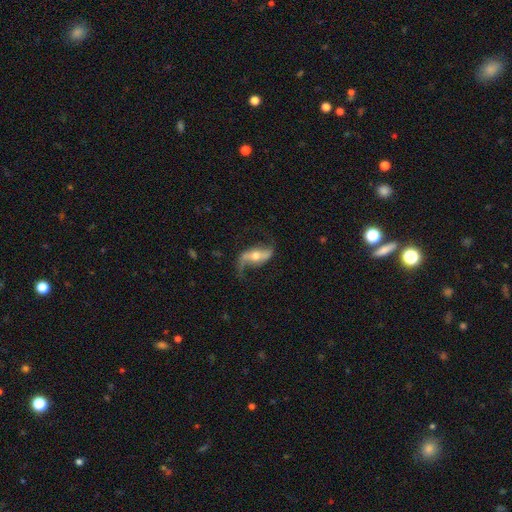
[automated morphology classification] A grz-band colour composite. It shows a featured or disk galaxy (84%) with a strong bar (43%), 2 (91%) loose (84%) spiral arms (94%) and a moderate central bulge (64%). Merging: none (72%).